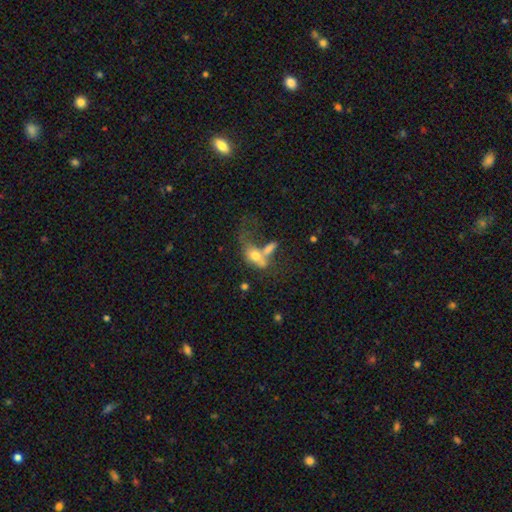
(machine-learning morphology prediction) Overall: smooth (61%; featured or disk 29%). How rounded: in between (76%). Merging: merger (50%; major disturbance 23%).